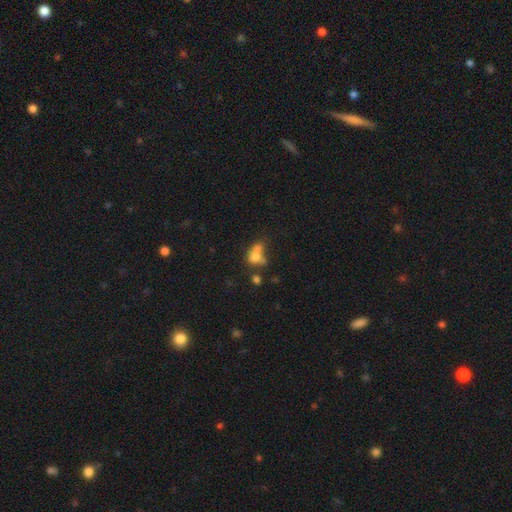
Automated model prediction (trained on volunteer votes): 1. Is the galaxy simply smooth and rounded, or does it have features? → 66% smooth, 20% featured or disk, 14% star or artifact.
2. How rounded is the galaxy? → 59% in between, 37% round, 3% cigar-shaped.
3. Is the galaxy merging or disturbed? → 50% merger, 25% none, 13% major disturbance, 12% minor disturbance.